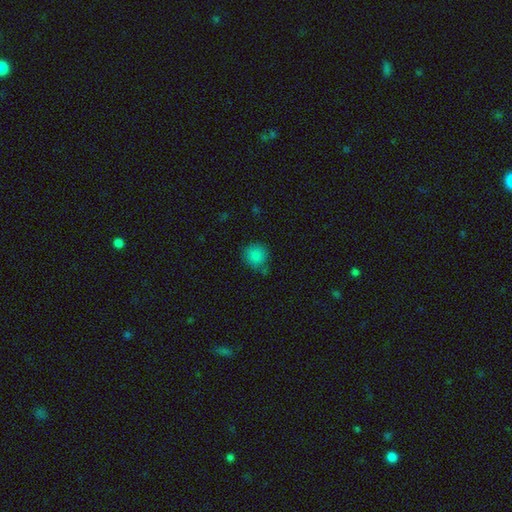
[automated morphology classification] Smooth or featured?
  - smooth: 85% *
  - star or artifact: 11%
  - featured or disk: 4%
How rounded?
  - round: 89% *
  - in between: 10%
  - cigar-shaped: 1%
Merging?
  - none: 72% *
  - minor disturbance: 17%
  - merger: 7%
  - major disturbance: 4%